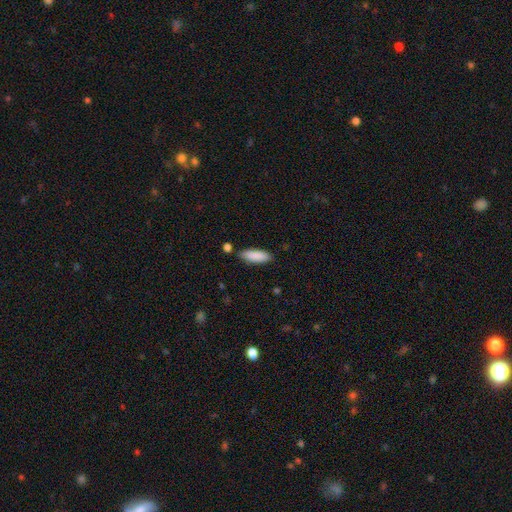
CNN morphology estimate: The model was most divided on "how rounded": in between: 64%, cigar-shaped: 34%, round: 2%. More confident: smooth or featured — smooth (88%); merging — none (78%).